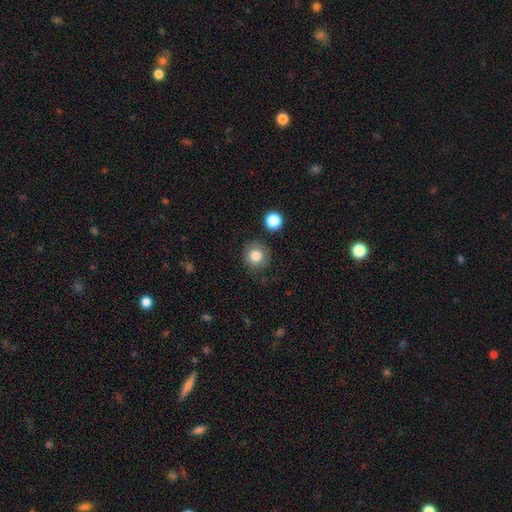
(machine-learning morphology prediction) A smooth galaxy with no disk features (83%) that is round (91%).

Vote fractions:
- Smooth or featured? smooth: 83% / star or artifact: 10% / featured or disk: 7%
- How rounded? round: 91% / in between: 8% / cigar-shaped: 1%
- Merging? none: 84% / minor disturbance: 10% / merger: 3% / major disturbance: 3%